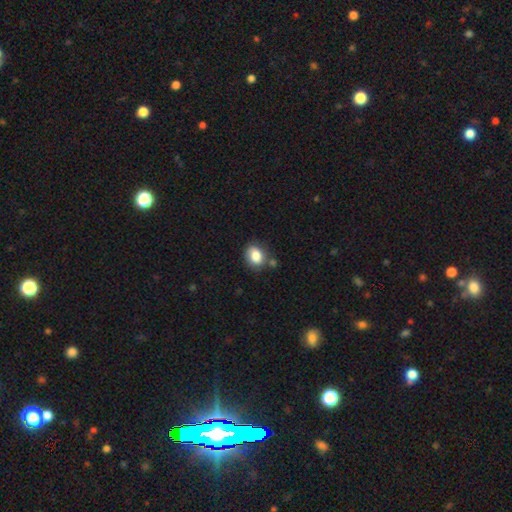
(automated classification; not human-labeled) Smooth or featured?
  - smooth: 79% *
  - featured or disk: 12%
  - star or artifact: 9%
How rounded?
  - in between: 58% *
  - round: 41%
  - cigar-shaped: 1%
Merging?
  - none: 63% *
  - minor disturbance: 22%
  - merger: 10%
  - major disturbance: 6%